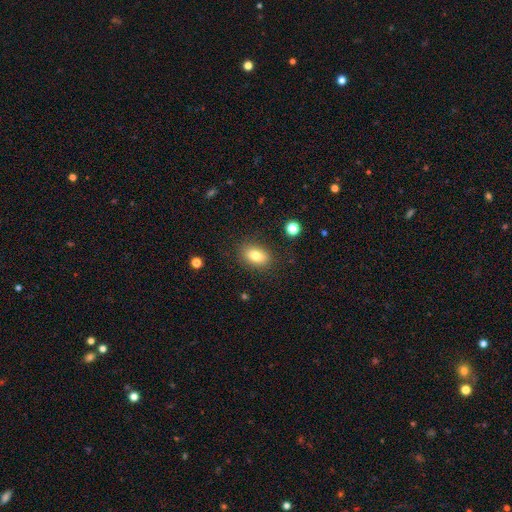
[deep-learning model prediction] A smooth galaxy with no disk features (79%) that is in between round and cigar-shaped (83%).

Vote fractions:
- Smooth or featured? smooth: 79% / featured or disk: 11% / star or artifact: 10%
- How rounded? in between: 83% / round: 14% / cigar-shaped: 2%
- Merging? none: 84% / minor disturbance: 11% / major disturbance: 3% / merger: 2%